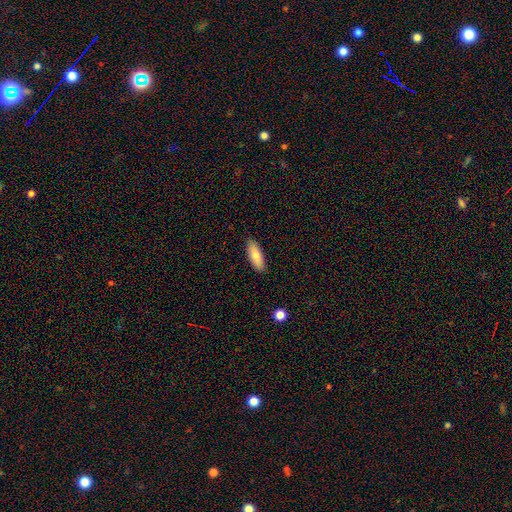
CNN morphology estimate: smooth 79%, featured or disk 15%, star or artifact 6%. Down the decision tree: how rounded — in between (69%); merging — none (88%).